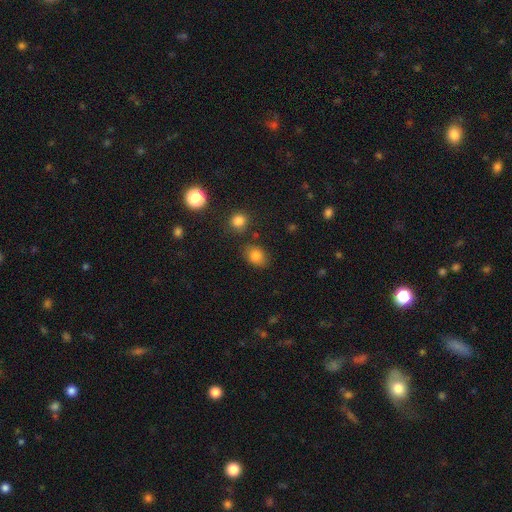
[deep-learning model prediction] The model was most divided on "how rounded": in between: 63%, round: 36%, cigar-shaped: 1%. More confident: smooth or featured — smooth (82%); merging — none (79%).